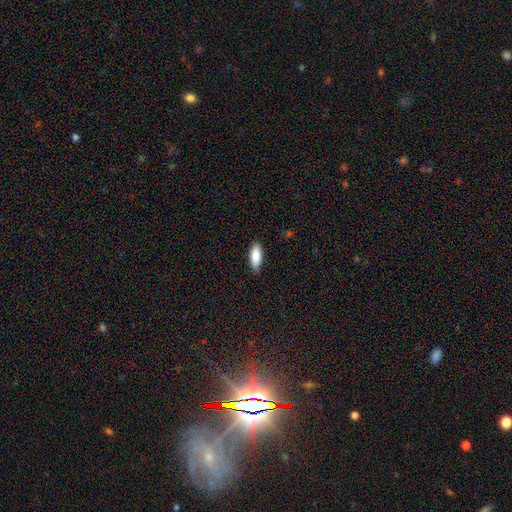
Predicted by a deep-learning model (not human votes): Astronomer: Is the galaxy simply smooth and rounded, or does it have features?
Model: smooth — 85%.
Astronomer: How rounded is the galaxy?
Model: in between — 74%.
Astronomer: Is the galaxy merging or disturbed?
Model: none — 85%.